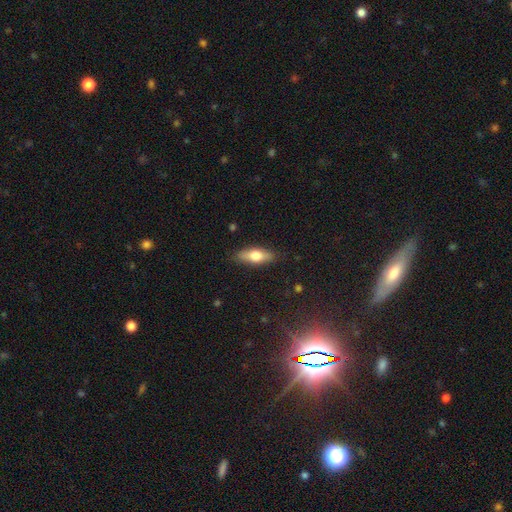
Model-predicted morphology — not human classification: smooth 66%, featured or disk 28%, star or artifact 6%. Down the decision tree: how rounded — in between (64%); merging — none (85%).